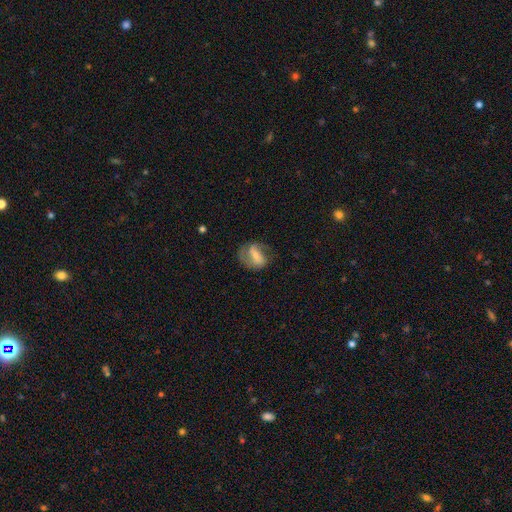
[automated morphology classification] Smooth or featured: featured or disk — 61% (smooth — 31%)
Edge-on disk: no — 95% (yes — 5%)
Bar: strong — 43% (weak — 34%)
Spiral arms: yes — 78% (no — 22%)
Bulge size: small — 49% (moderate — 37%)
Merging: none — 56% (minor disturbance — 22%)